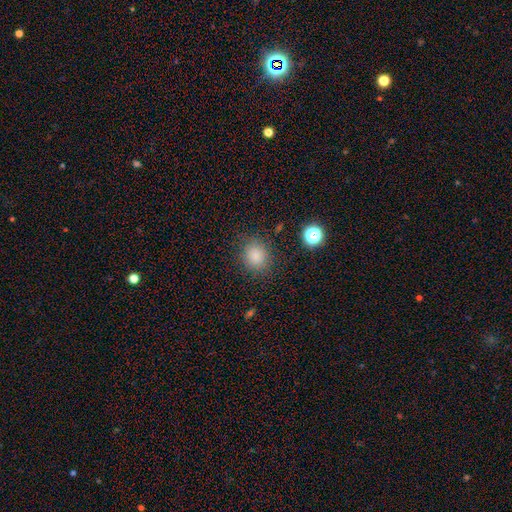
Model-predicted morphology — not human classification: smooth-or-featured: smooth: 82% | star or artifact: 13% | featured or disk: 5%
  how-rounded: round: 73% | in between: 26% | cigar-shaped: 1%
  merging: none: 84% | minor disturbance: 10% | major disturbance: 4% | merger: 2%